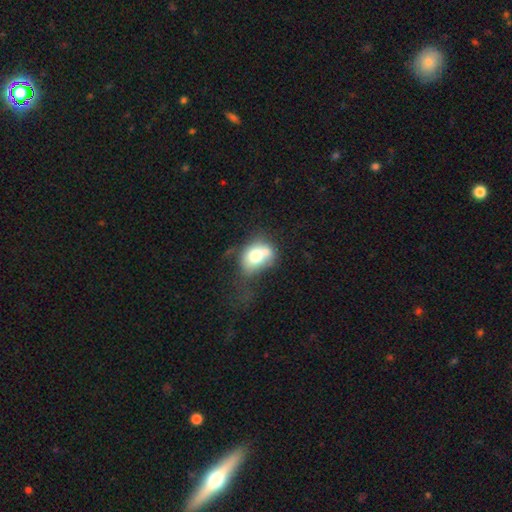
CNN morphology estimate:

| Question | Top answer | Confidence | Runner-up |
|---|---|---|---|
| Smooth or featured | smooth | 67% | featured or disk (24%) |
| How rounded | in between | 62% | round (37%) |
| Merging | merger | 29% | none (28%) |